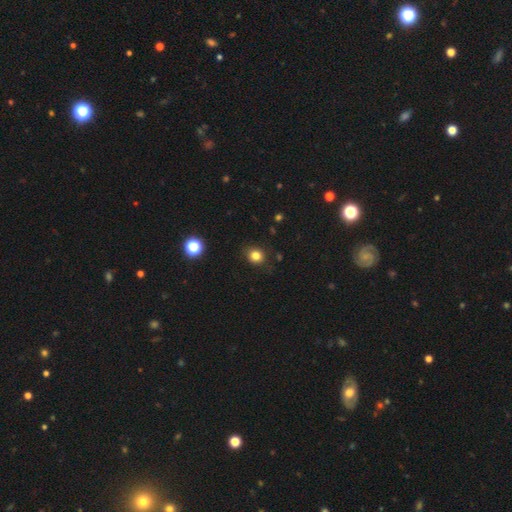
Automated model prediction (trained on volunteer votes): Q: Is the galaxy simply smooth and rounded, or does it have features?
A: smooth — 82%.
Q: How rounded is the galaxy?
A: round — 76%.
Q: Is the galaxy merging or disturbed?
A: none — 87%.